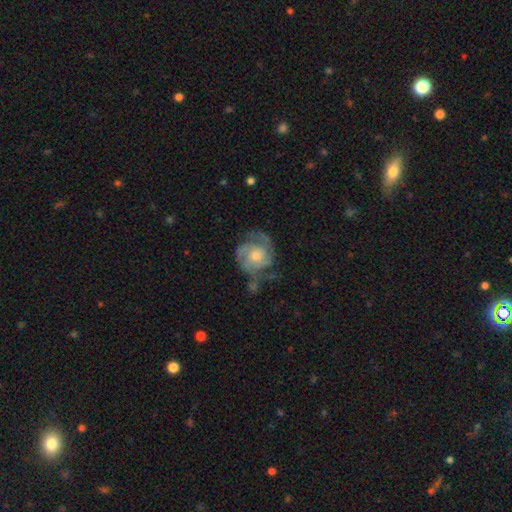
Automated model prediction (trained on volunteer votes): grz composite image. It shows a featured or disk galaxy (83%) with no bar (75%), 2 (54%) tight (53%) spiral arms (94%) and a moderate central bulge (59%). Merging: none (60%).